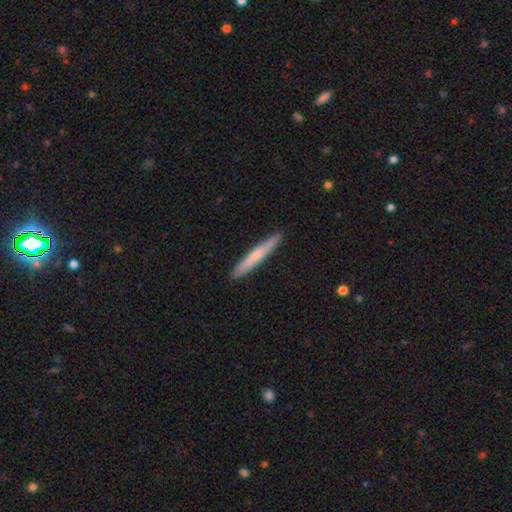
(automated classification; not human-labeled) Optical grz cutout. It shows a smooth galaxy with no disk features (63%) that is cigar-shaped (96%). Merging: none (91%).